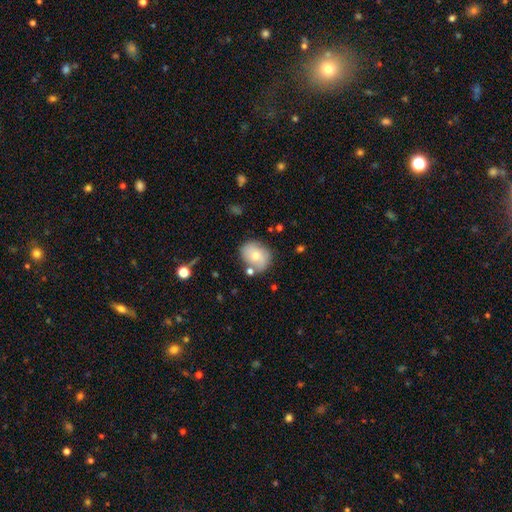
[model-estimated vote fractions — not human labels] smooth_or_featured: smooth (p=0.66) [alt: featured or disk p=0.26]
how_rounded: round (p=0.52) [alt: in between p=0.47]
merging: none (p=0.68) [alt: minor disturbance p=0.18]